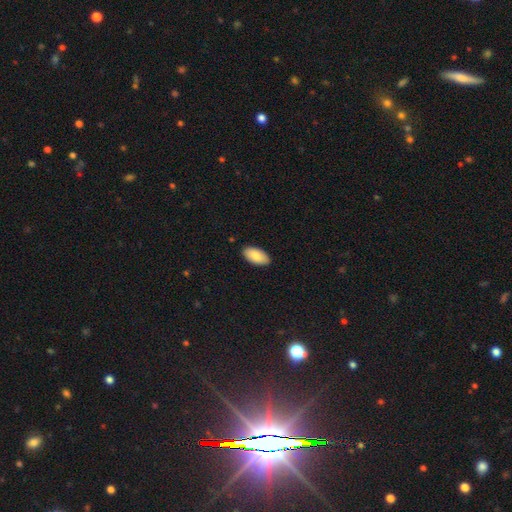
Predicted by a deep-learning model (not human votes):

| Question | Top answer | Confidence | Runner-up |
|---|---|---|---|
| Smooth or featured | smooth | 85% | featured or disk (9%) |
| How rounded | in between | 95% | cigar-shaped (3%) |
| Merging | none | 89% | minor disturbance (9%) |